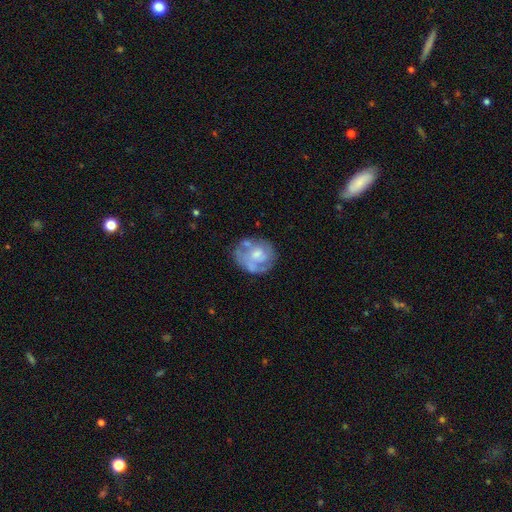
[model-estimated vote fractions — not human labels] This appears to be a featured or disk galaxy (64%) with no bar (71%), spiral arms (59%) and a moderate central bulge (44%). Merging: none (57%).